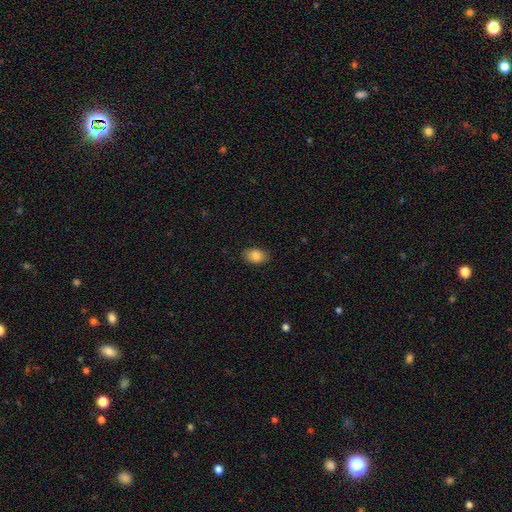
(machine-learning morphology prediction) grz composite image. It shows a smooth galaxy with no disk features (85%) that is in between round and cigar-shaped (86%). Merging: none (86%).